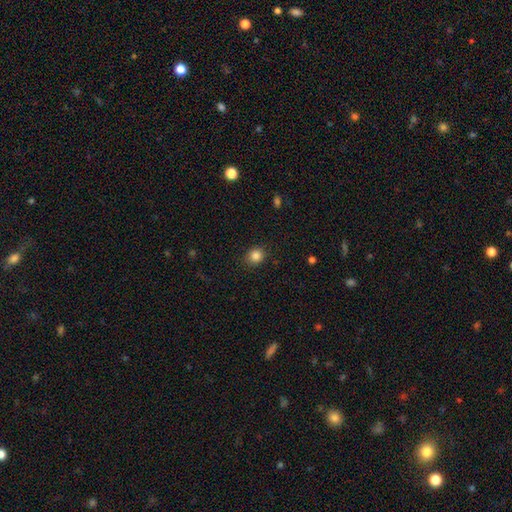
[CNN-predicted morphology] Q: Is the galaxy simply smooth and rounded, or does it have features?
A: smooth — 85%.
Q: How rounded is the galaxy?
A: round — 75%.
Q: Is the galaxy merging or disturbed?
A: none — 87%.